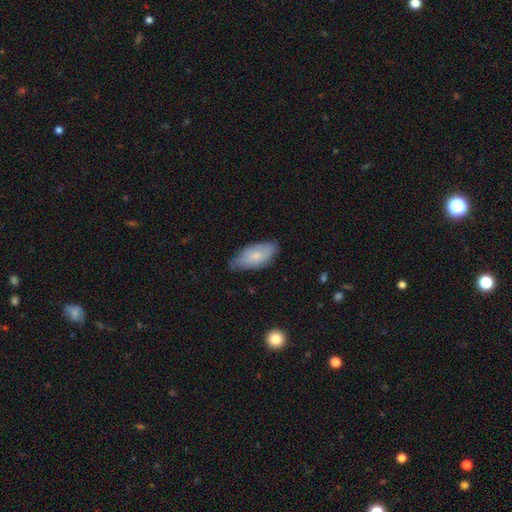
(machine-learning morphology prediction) This is likely a smooth galaxy (68%). How rounded: clearly in between (90%). Merging: likely none (61%).